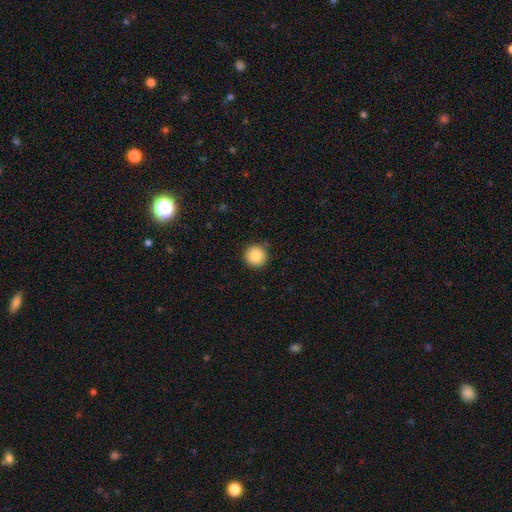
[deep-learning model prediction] smooth-or-featured: smooth: 86% | star or artifact: 9% | featured or disk: 5%
  how-rounded: round: 96% | in between: 3% | cigar-shaped: 1%
  merging: none: 89% | minor disturbance: 8% | major disturbance: 2% | merger: 2%